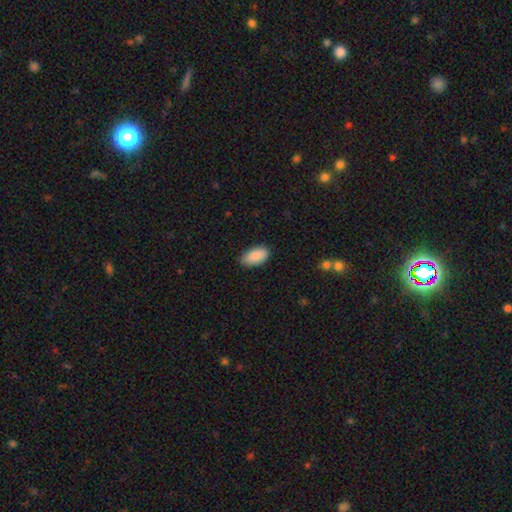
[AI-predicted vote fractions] The model was most divided on "merging": none: 82%, minor disturbance: 15%, major disturbance: 2%, merger: 1%. More confident: how rounded — in between (95%); smooth or featured — smooth (90%).